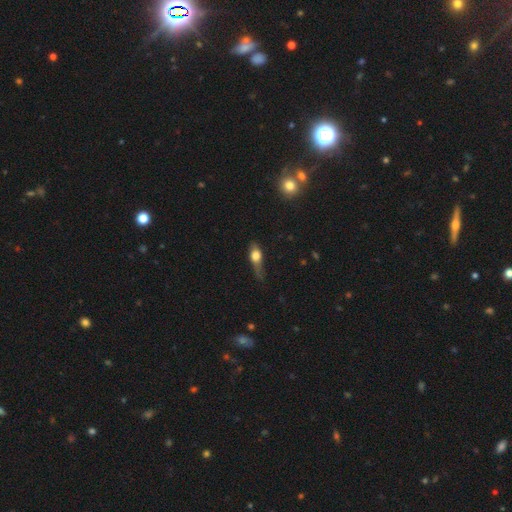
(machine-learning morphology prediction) Q: Smooth or featured?
A: smooth (61%); runner-up: featured or disk (29%)
Q: How rounded?
A: in between (57%); runner-up: cigar-shaped (29%)
Q: Merging?
A: none (41%); runner-up: minor disturbance (35%)